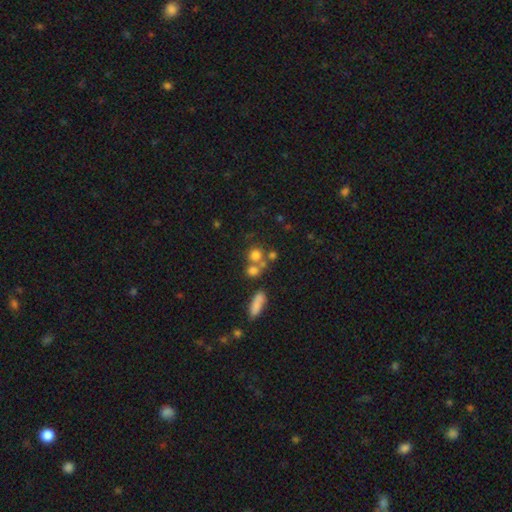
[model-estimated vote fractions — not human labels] Smooth or featured: smooth — 71% (star or artifact — 16%)
How rounded: round — 83% (in between — 15%)
Merging: none — 49% (merger — 37%)